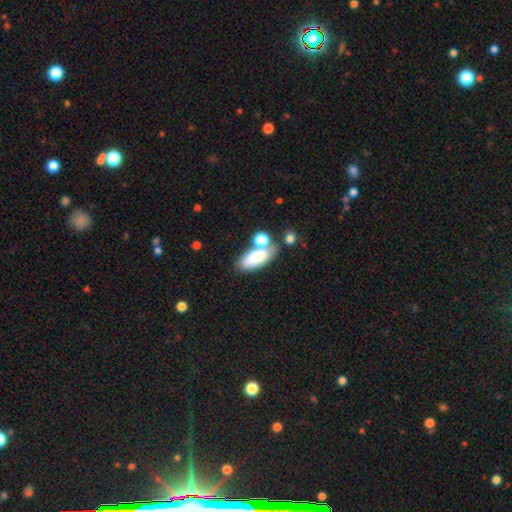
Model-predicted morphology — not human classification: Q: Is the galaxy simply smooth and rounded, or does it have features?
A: smooth — 78%.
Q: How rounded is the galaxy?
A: in between — 86%.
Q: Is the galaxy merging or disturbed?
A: none — 49%.